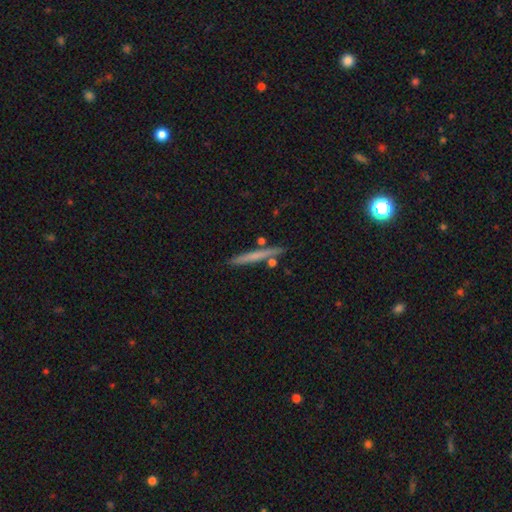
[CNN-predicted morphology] A smooth galaxy with no disk features (54%) that is cigar-shaped (96%). Merging: none (84%).